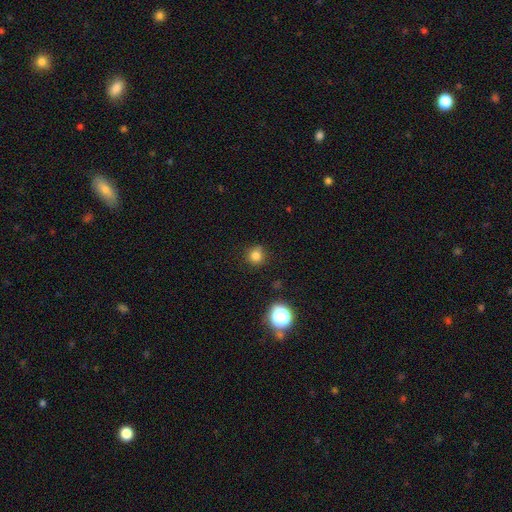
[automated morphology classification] Smooth or featured? smooth (80%)
How rounded? round (92%)
Merging? none (85%)